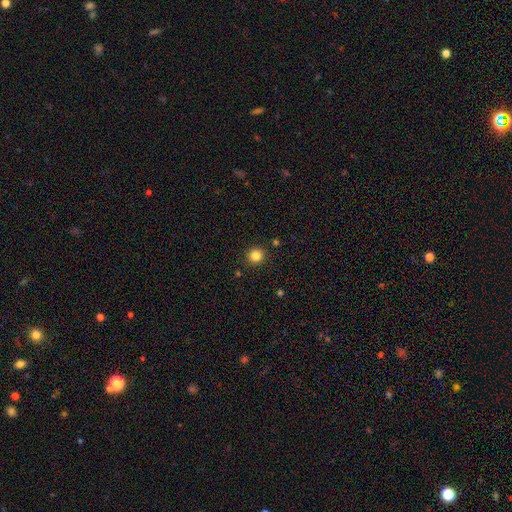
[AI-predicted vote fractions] A smooth galaxy with no disk features (83%) that is round (92%). Merging: none (90%).